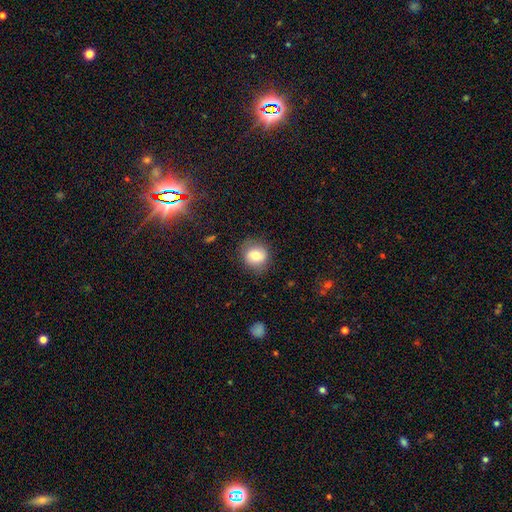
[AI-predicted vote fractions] Q: Smooth or featured?
A: smooth (77%); runner-up: featured or disk (13%)
Q: How rounded?
A: round (77%); runner-up: in between (22%)
Q: Merging?
A: none (79%); runner-up: minor disturbance (15%)